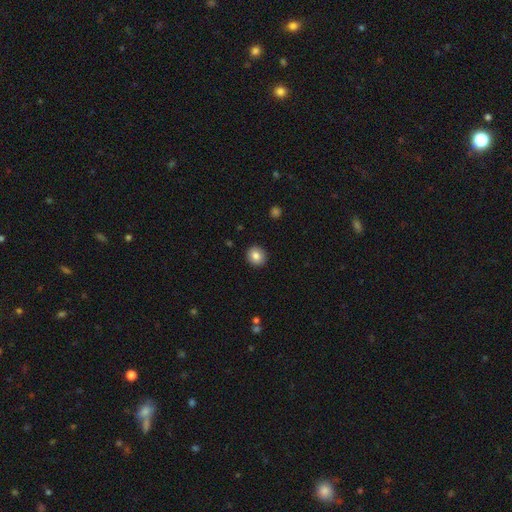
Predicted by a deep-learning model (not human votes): smooth 83%, star or artifact 9%, featured or disk 8%. Down the decision tree: how rounded — round (86%); merging — none (92%).